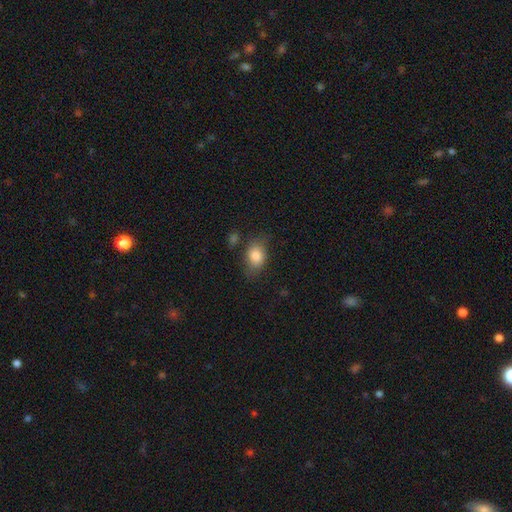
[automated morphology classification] The model was most divided on "merging": none: 68%, minor disturbance: 21%, major disturbance: 6%, merger: 4%. More confident: smooth or featured — smooth (83%); how rounded — in between (77%).